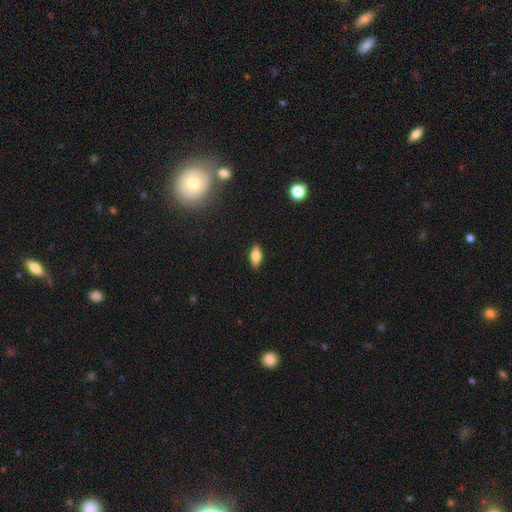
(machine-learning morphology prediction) The model was most divided on "smooth or featured": smooth: 66%, featured or disk: 26%, star or artifact: 9%. More confident: merging — none (88%); how rounded — in between (80%).